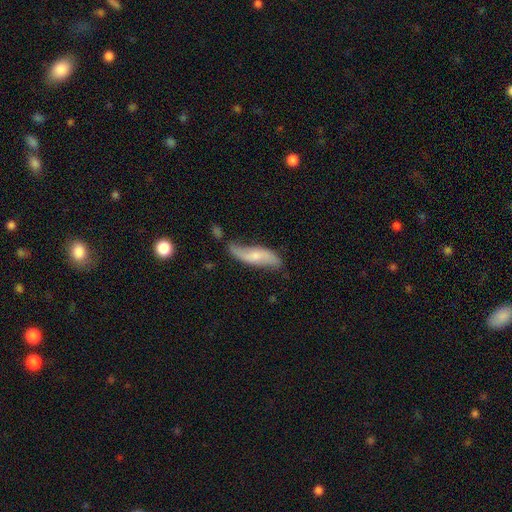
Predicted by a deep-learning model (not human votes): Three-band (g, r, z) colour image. It shows a featured or disk galaxy (60%). Merging: none (52%).